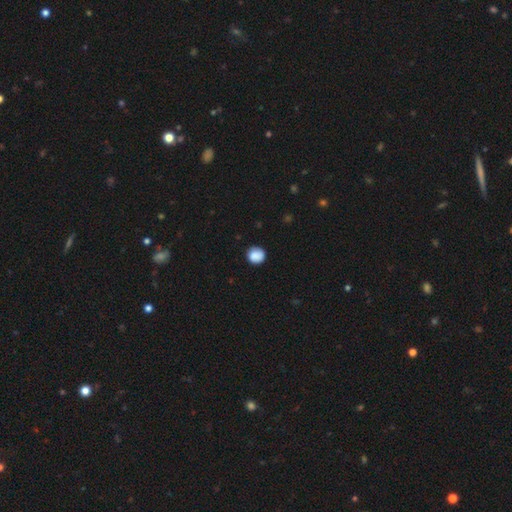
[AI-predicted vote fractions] Smooth or featured? smooth (87%)
How rounded? round (91%)
Merging? none (83%)